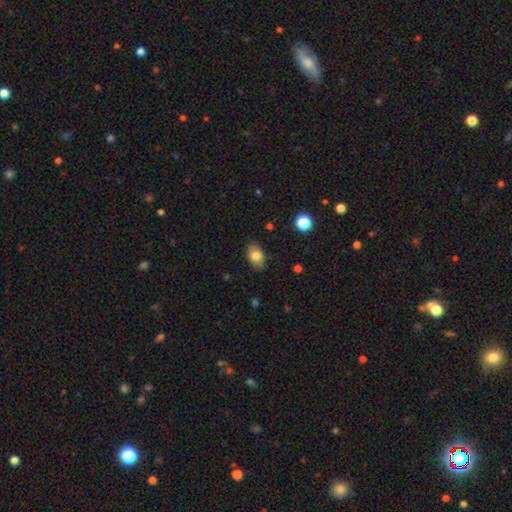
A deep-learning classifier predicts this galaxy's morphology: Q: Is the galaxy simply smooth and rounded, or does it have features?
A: smooth — 81%.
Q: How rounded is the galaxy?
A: in between — 85%.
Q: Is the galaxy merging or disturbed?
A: none — 84%.